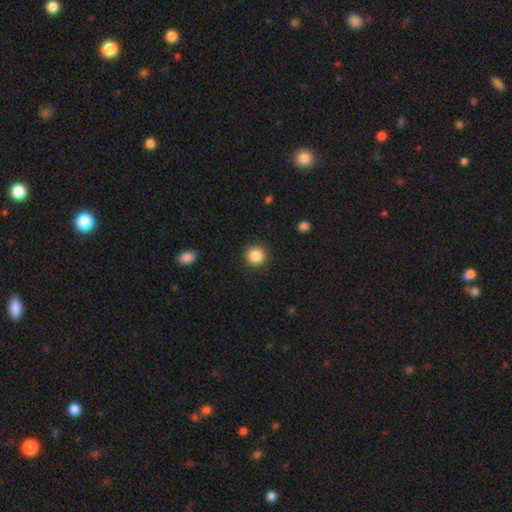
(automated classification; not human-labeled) Smooth or featured: smooth — 86% (star or artifact — 10%)
How rounded: round — 94% (in between — 5%)
Merging: none — 91% (minor disturbance — 6%)